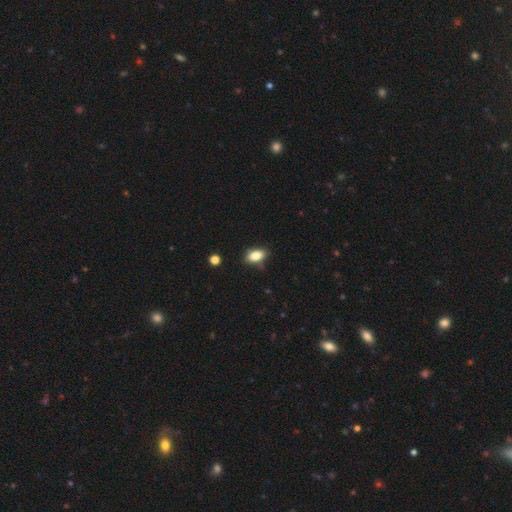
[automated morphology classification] smooth-or-featured: smooth: 82% | featured or disk: 10% | star or artifact: 9%
  how-rounded: in between: 86% | round: 10% | cigar-shaped: 4%
  merging: none: 77% | minor disturbance: 18% | major disturbance: 3% | merger: 2%